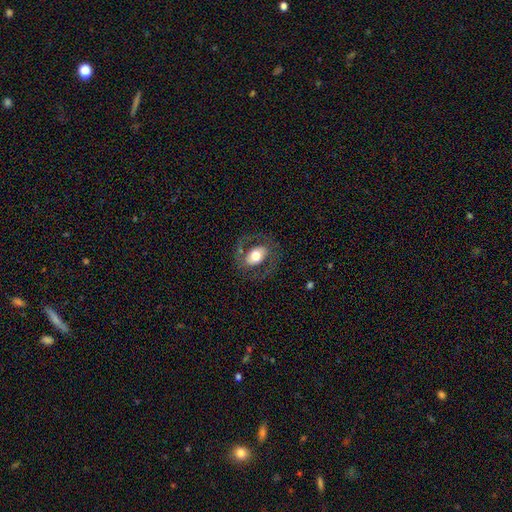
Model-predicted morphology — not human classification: The model was most divided on "smooth or featured": featured or disk: 48%, smooth: 45%, star or artifact: 7%. More confident: merging — none (72%).